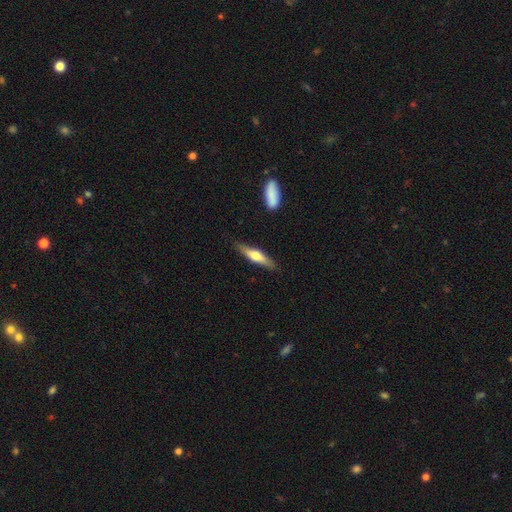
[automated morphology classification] smooth-or-featured: smooth: 48% | featured or disk: 47% | star or artifact: 5%
  merging: none: 83% | minor disturbance: 12% | major disturbance: 2% | merger: 2%